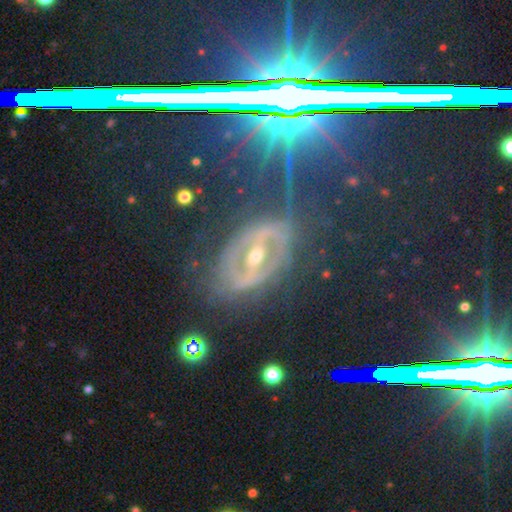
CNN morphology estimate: This appears to be a featured or disk galaxy (66%) with a strong bar (59%), spiral arms (65%) and a moderate central bulge (63%). Merging: none (73%).